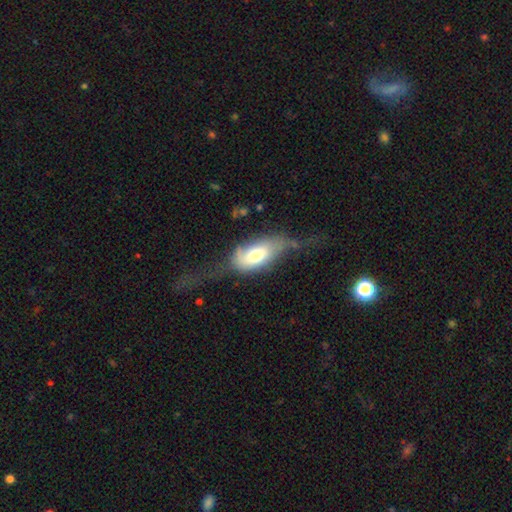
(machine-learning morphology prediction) Smooth or featured: smooth — 61% (featured or disk — 32%)
How rounded: in between — 89% (cigar-shaped — 6%)
Merging: major disturbance — 42% (minor disturbance — 28%)